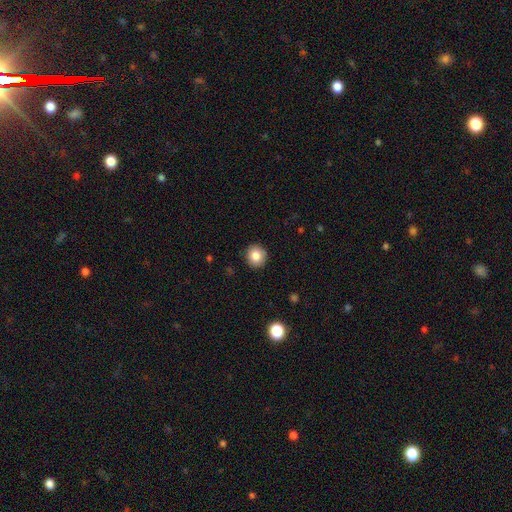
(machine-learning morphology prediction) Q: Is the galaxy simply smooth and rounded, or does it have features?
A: smooth — 83%.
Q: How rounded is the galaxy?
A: round — 87%.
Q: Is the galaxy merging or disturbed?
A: none — 91%.